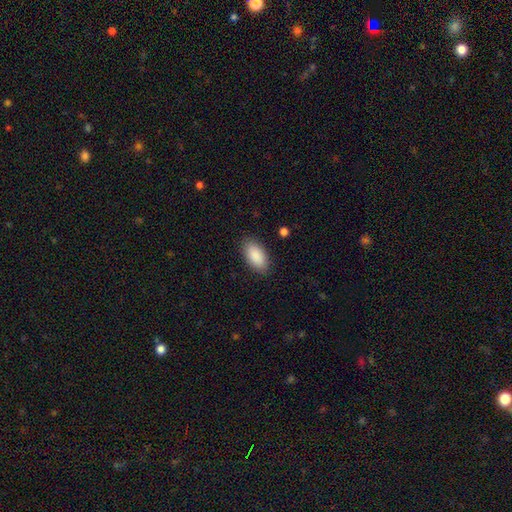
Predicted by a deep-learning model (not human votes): Smooth or featured?
  - smooth: 90% *
  - star or artifact: 6%
  - featured or disk: 4%
How rounded?
  - in between: 94% *
  - cigar-shaped: 4%
  - round: 2%
Merging?
  - none: 87% *
  - minor disturbance: 10%
  - major disturbance: 2%
  - merger: 1%